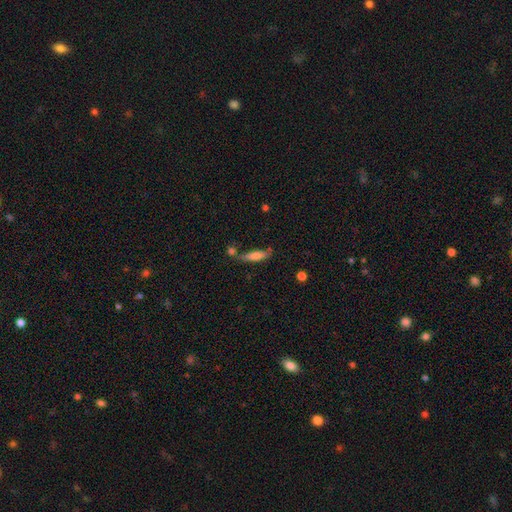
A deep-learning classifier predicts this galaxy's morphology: smooth-or-featured: smooth: 66% | featured or disk: 27% | star or artifact: 7%
  how-rounded: cigar-shaped: 72% | in between: 26% | round: 2%
  merging: none: 60% | minor disturbance: 19% | merger: 15% | major disturbance: 6%